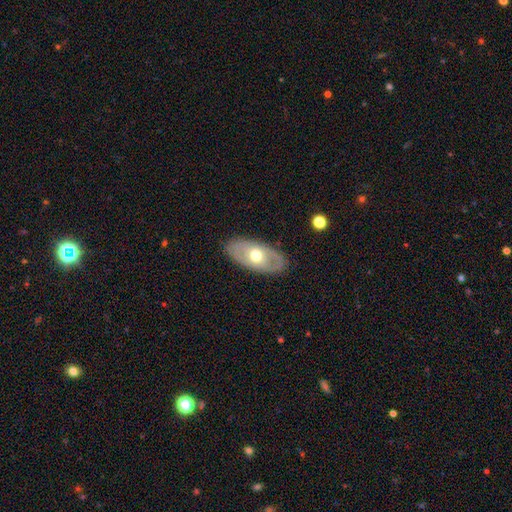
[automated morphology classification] This appears to be a featured or disk galaxy (56%). Merging: none (84%).